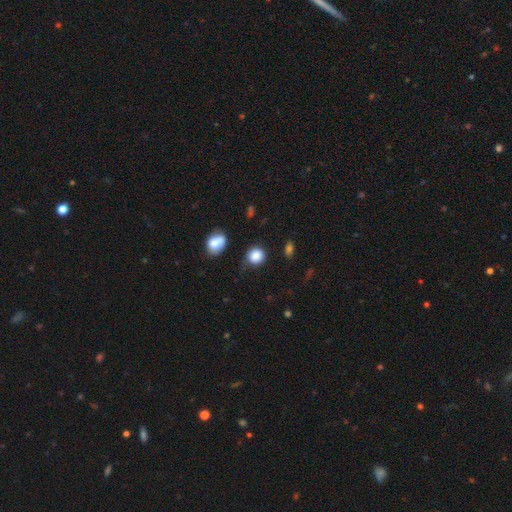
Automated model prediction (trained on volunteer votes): Smooth or featured? Predicted: smooth (p=0.86). How rounded? Predicted: round (p=0.85). Merging? Predicted: none (p=0.74).